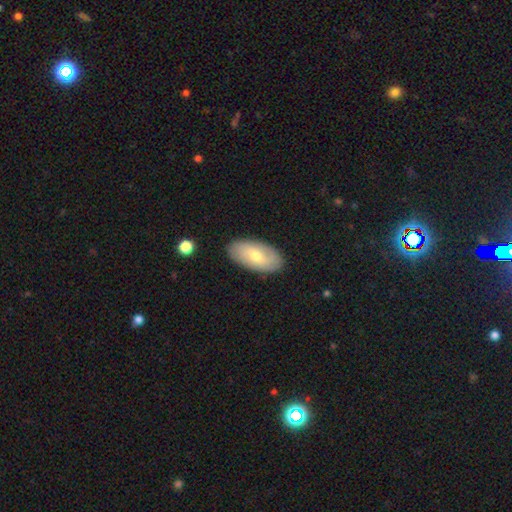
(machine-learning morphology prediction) Overall: smooth (55%; featured or disk 39%). How rounded: in between (93%). Merging: none (88%).